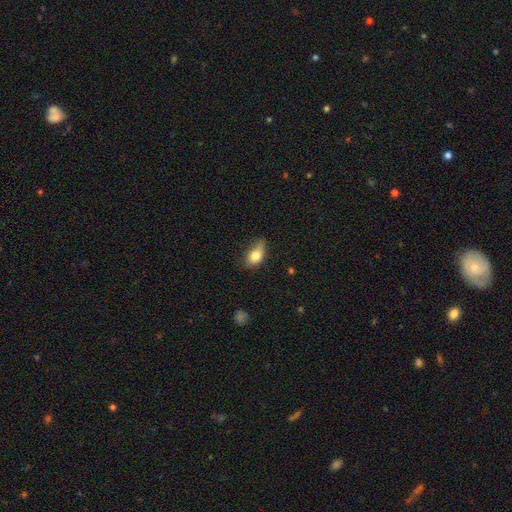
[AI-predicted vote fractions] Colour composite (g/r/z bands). It shows a smooth galaxy with no disk features (79%) that is in between round and cigar-shaped (82%). Merging: none (42%).